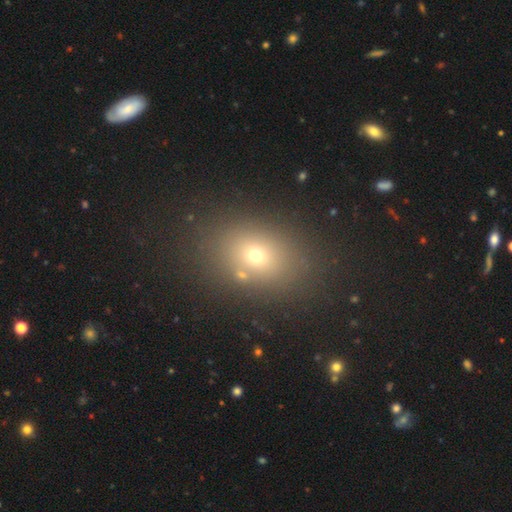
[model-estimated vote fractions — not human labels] Smooth or featured: smooth — 65% (star or artifact — 23%)
How rounded: in between — 60% (round — 38%)
Merging: none — 83% (minor disturbance — 9%)